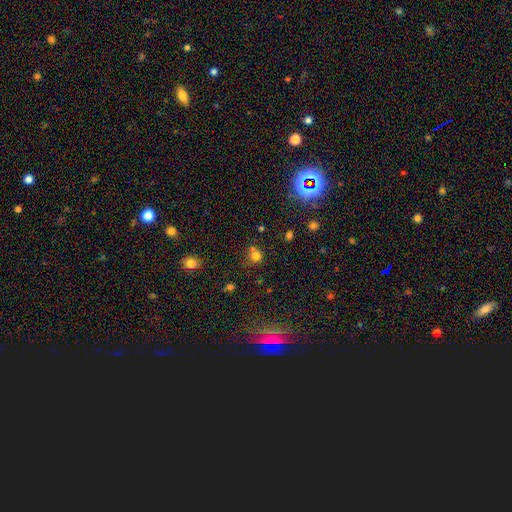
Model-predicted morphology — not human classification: Smooth or featured?
  - smooth: 73% *
  - star or artifact: 18%
  - featured or disk: 8%
How rounded?
  - round: 86% *
  - in between: 13%
  - cigar-shaped: 1%
Merging?
  - none: 58% *
  - merger: 25%
  - minor disturbance: 12%
  - major disturbance: 4%